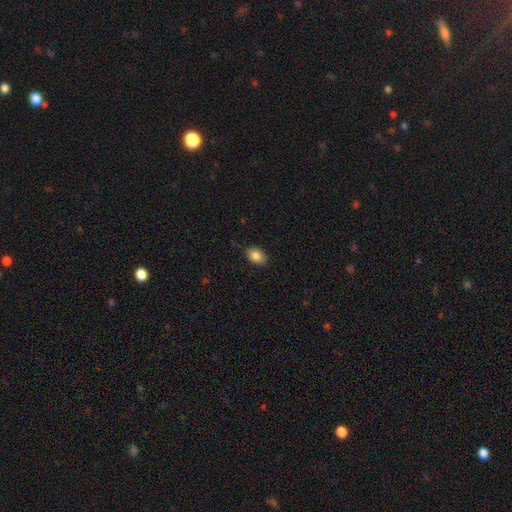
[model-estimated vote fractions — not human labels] Smooth or featured? smooth (85%)
How rounded? in between (81%)
Merging? none (84%)